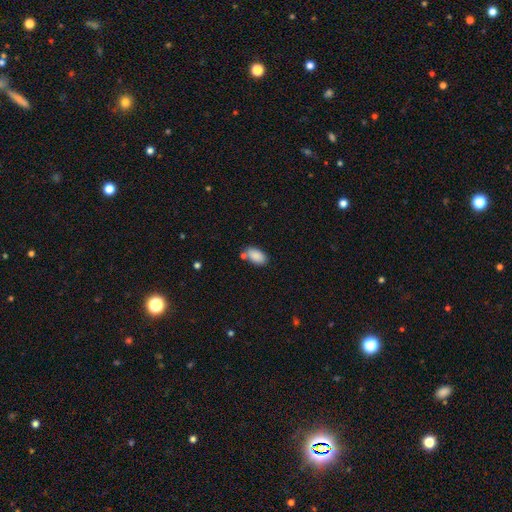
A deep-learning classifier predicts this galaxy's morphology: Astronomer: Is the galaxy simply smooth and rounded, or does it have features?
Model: smooth — 88%.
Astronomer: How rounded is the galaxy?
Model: in between — 94%.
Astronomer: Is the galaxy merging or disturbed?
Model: none — 70%.